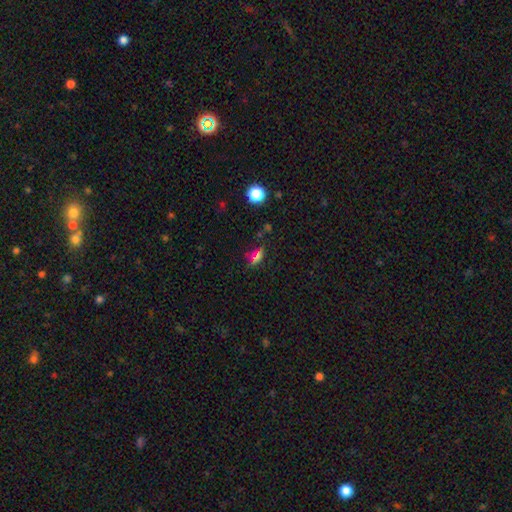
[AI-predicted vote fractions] Smooth or featured? Predicted: smooth (p=0.53). How rounded? Predicted: in between (p=0.57). Merging? Predicted: none (p=0.79).